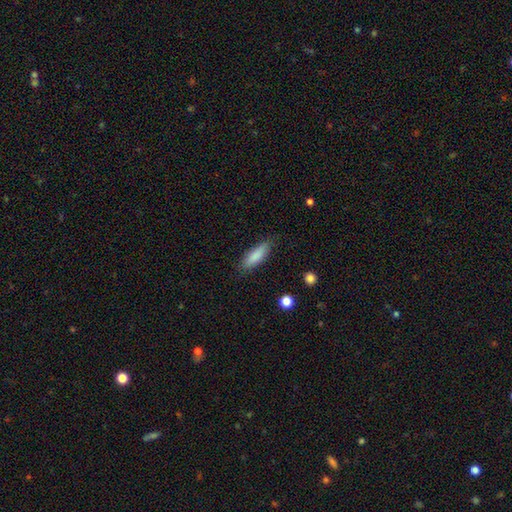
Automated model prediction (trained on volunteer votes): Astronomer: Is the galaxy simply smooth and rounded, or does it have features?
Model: smooth — 85%.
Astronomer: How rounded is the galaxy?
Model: cigar-shaped — 51% (runner-up: in between, 48%).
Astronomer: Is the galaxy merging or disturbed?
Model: none — 84%.